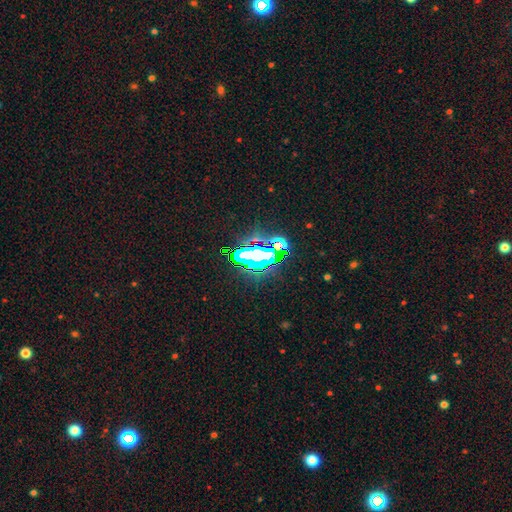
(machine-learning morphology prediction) Smooth or featured? star or artifact (68%)